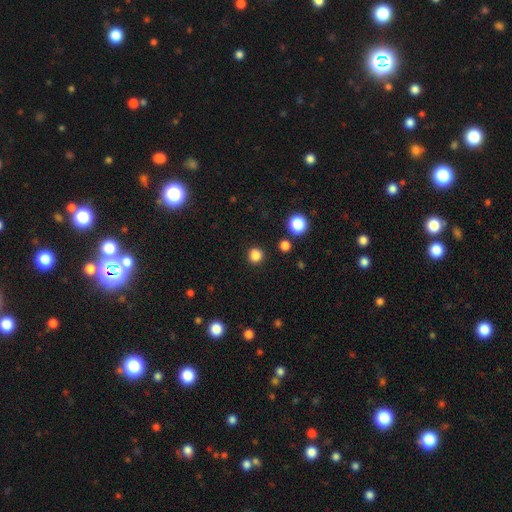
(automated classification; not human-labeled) Q: Smooth or featured?
A: smooth (84%); runner-up: star or artifact (13%)
Q: How rounded?
A: round (92%); runner-up: in between (7%)
Q: Merging?
A: none (89%); runner-up: minor disturbance (6%)